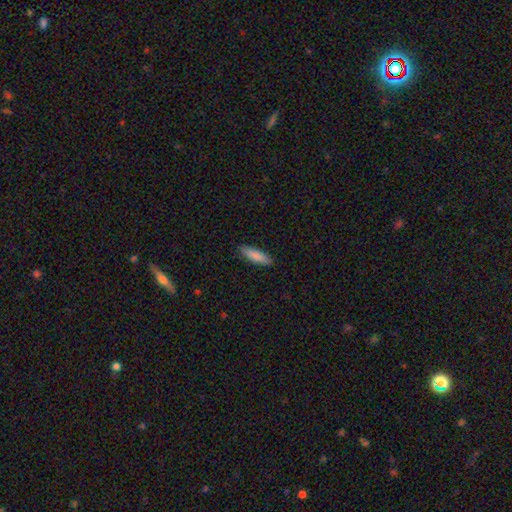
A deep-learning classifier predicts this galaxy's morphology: Smooth or featured?
  - smooth: 87% *
  - featured or disk: 8%
  - star or artifact: 6%
How rounded?
  - cigar-shaped: 62% *
  - in between: 37%
  - round: 1%
Merging?
  - none: 88% *
  - minor disturbance: 9%
  - major disturbance: 2%
  - merger: 1%